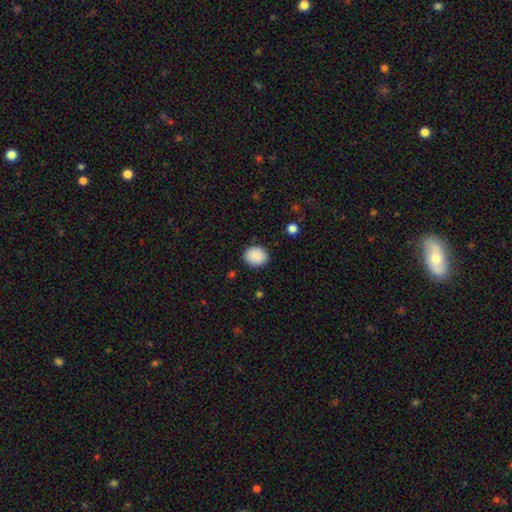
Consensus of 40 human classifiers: Smooth or featured: smooth — 92% (star or artifact — 8%)
How rounded: round — 62% (in between — 38%)
Merging: none — 89% (major disturbance — 5%)